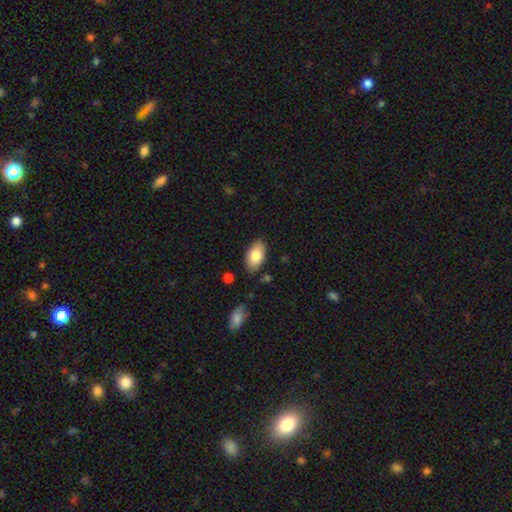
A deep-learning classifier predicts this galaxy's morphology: This appears to be a smooth galaxy with no disk features (83%) that is in between round and cigar-shaped (94%). Merging: none (85%).